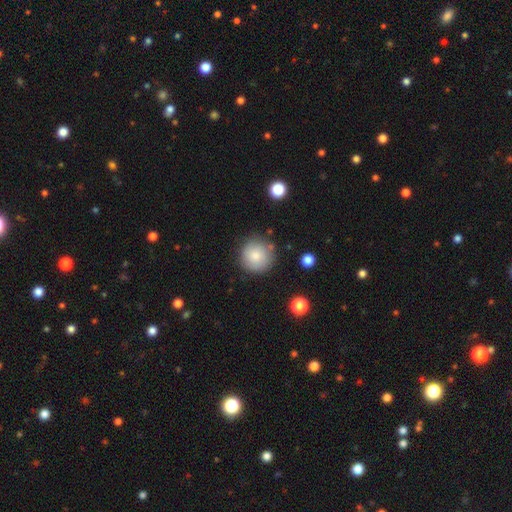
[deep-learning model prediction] smooth 83%, featured or disk 9%, star or artifact 8%. Down the decision tree: how rounded — round (95%); merging — none (82%).